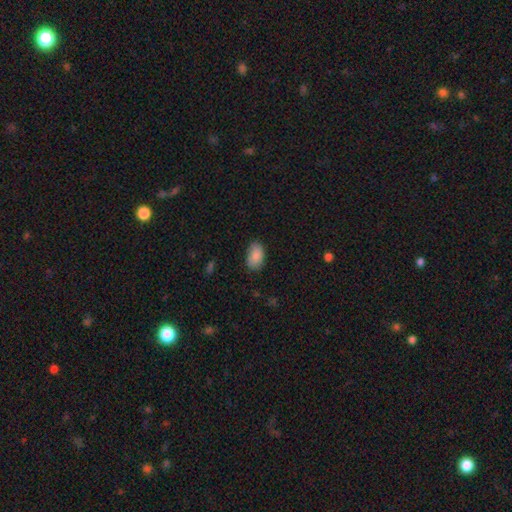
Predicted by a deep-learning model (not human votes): Q: Smooth or featured?
A: smooth (88%); runner-up: star or artifact (7%)
Q: How rounded?
A: in between (91%); runner-up: round (8%)
Q: Merging?
A: none (81%); runner-up: minor disturbance (15%)